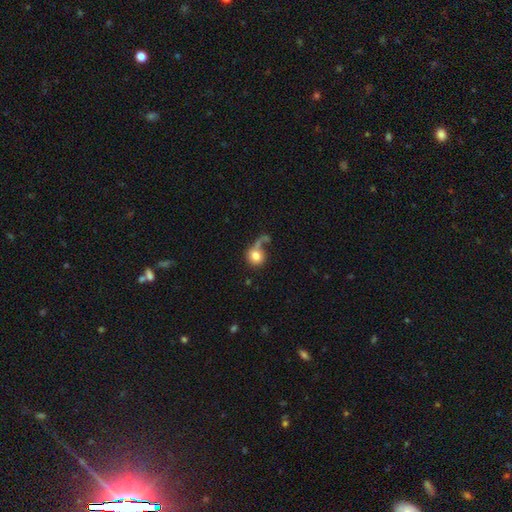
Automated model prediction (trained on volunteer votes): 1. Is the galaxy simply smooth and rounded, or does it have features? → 72% smooth, 20% featured or disk, 8% star or artifact.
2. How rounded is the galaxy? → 81% round, 17% in between, 2% cigar-shaped.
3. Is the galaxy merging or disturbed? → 34% major disturbance, 32% none, 18% merger, 16% minor disturbance.